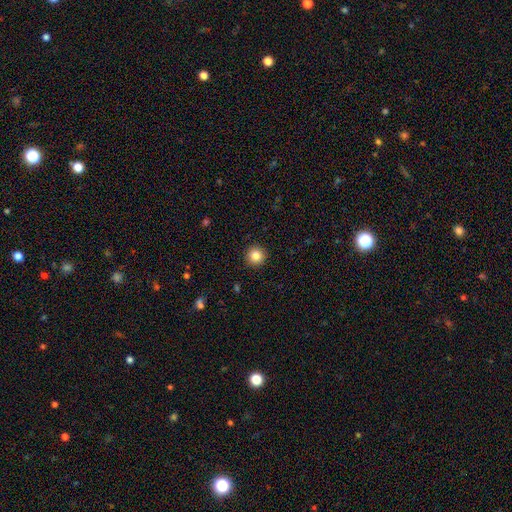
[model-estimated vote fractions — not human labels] Smooth or featured: smooth — 84% (star or artifact — 11%)
How rounded: round — 96% (in between — 3%)
Merging: none — 93% (minor disturbance — 5%)